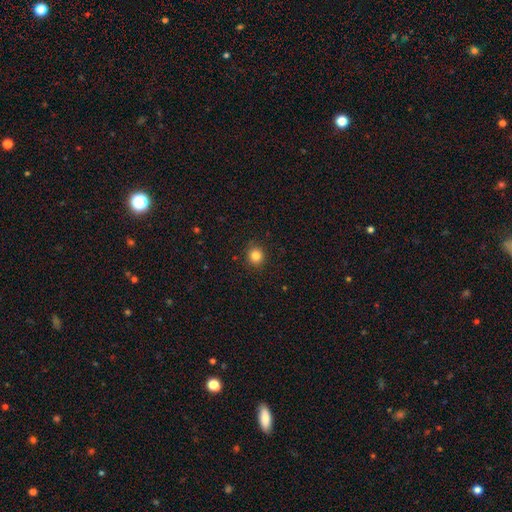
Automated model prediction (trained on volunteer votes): Smooth or featured? Predicted: smooth (p=0.84). How rounded? Predicted: round (p=0.90). Merging? Predicted: none (p=0.91).